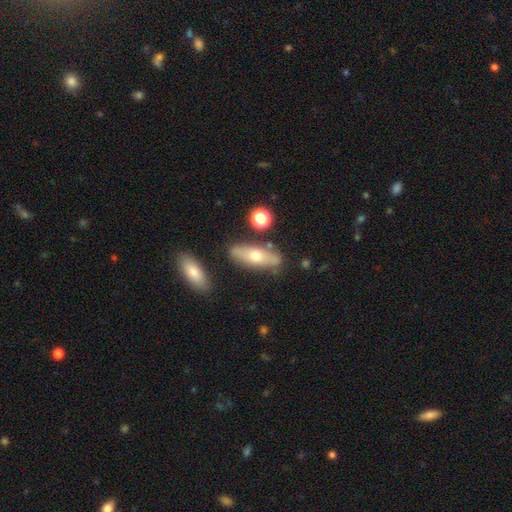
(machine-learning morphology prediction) smooth 53%, featured or disk 40%, star or artifact 8%. Down the decision tree: how rounded — in between (57%); merging — none (78%).